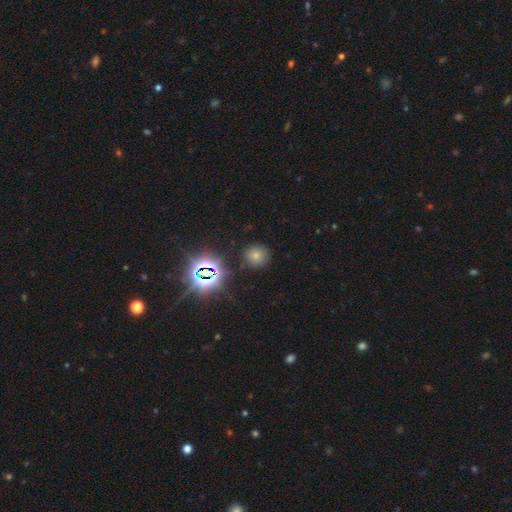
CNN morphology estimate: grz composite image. It shows a smooth galaxy with no disk features (64%) that is round (90%). Merging: none (83%).